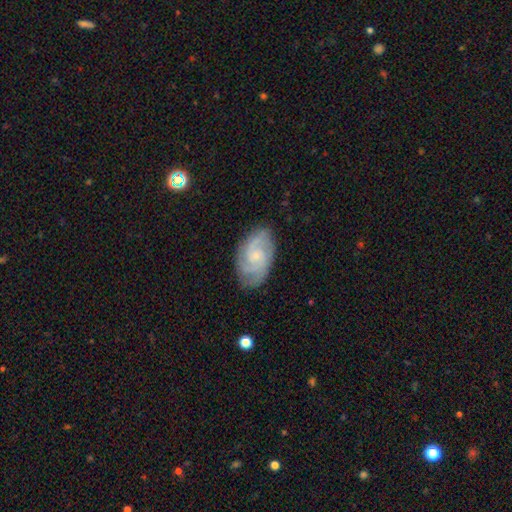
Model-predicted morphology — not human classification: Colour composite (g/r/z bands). It shows a featured or disk galaxy (83%) with no bar (65%), 3 (34%) tight (51%) spiral arms (97%) and a small central bulge (74%). Merging: none (79%).